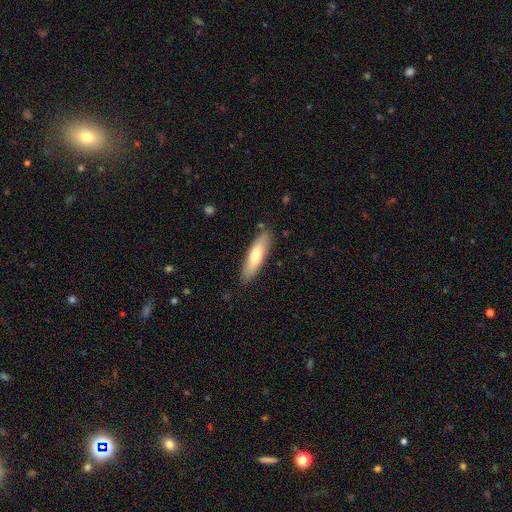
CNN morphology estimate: smooth-or-featured: smooth: 67% | featured or disk: 27% | star or artifact: 6%
  how-rounded: cigar-shaped: 67% | in between: 32% | round: 2%
  merging: none: 87% | minor disturbance: 10% | major disturbance: 2% | merger: 2%